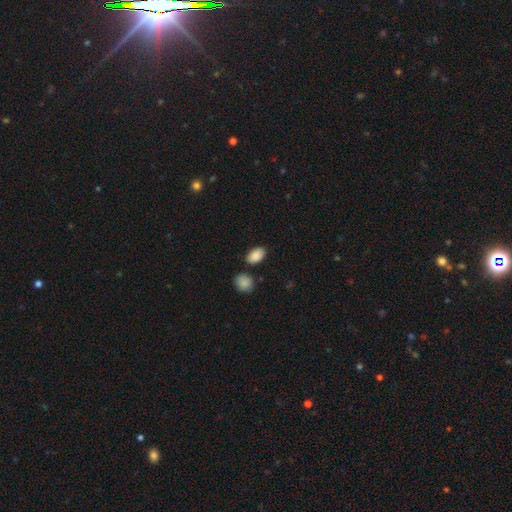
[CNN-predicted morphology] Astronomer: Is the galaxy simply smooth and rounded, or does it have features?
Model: smooth — 89%.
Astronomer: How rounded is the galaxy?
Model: in between — 91%.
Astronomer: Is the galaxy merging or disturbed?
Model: none — 81%.